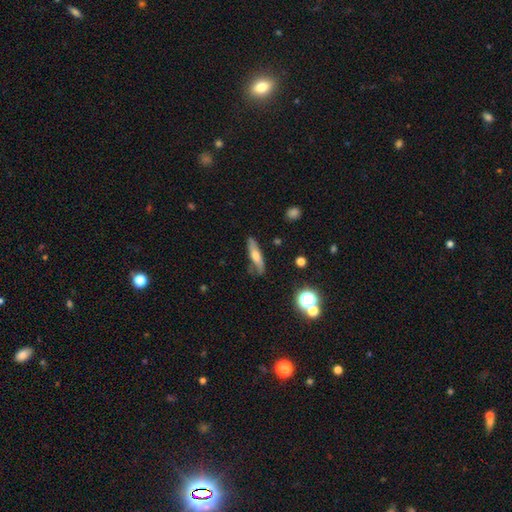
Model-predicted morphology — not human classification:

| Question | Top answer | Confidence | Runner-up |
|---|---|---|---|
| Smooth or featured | smooth | 55% | featured or disk (37%) |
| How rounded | cigar-shaped | 71% | in between (26%) |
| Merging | none | 76% | minor disturbance (18%) |